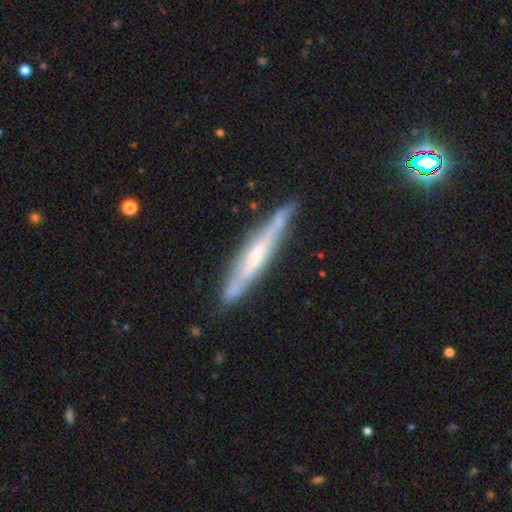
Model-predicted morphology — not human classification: featured or disk 68%, smooth 26%, star or artifact 6%. Down the decision tree: edge-on disk — yes (87%); edge-on bulge — none (42%); merging — none (79%).